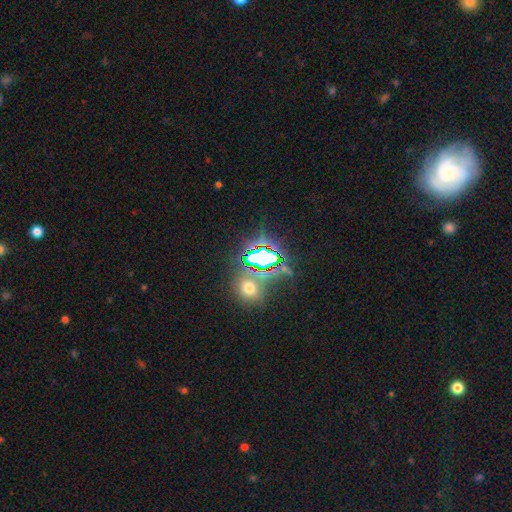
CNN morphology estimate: type=star or artifact (69%).